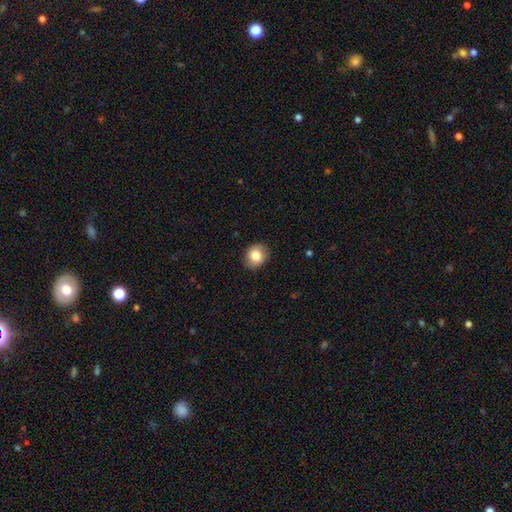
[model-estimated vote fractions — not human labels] The model was most divided on "how rounded": round: 64%, in between: 35%, cigar-shaped: 1%. More confident: merging — none (87%); smooth or featured — smooth (83%).